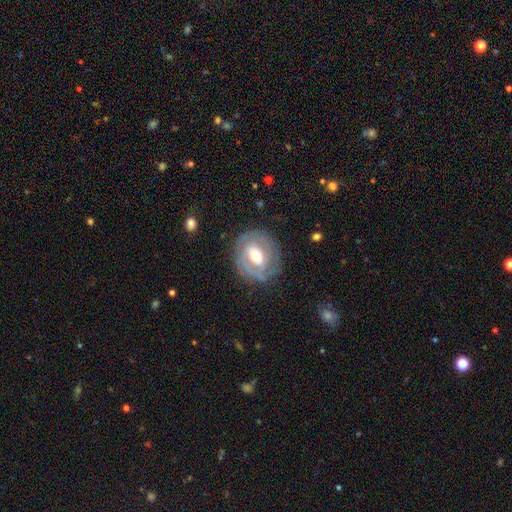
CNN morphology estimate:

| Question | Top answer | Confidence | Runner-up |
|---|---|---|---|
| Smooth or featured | featured or disk | 76% | smooth (19%) |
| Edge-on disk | no | 97% | yes (3%) |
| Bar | no | 40% | tied: weak (40%) |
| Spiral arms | yes | 77% | no (23%) |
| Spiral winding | tight | 66% | medium (25%) |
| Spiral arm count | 2 | 51% | can't tell (27%) |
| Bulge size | moderate | 68% | small (22%) |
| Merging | none | 78% | minor disturbance (14%) |